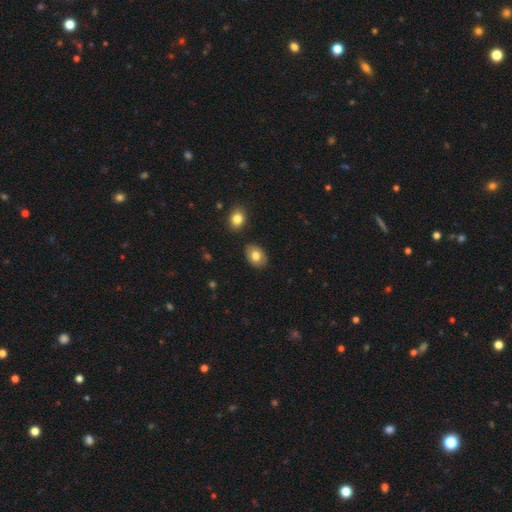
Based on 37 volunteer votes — Smooth or featured?
  - smooth: 76% *
  - featured or disk: 19%
  - star or artifact: 5%
How rounded?
  - in between: 86% *
  - round: 14%
  - cigar-shaped: 0%
Merging?
  - none: 80% *
  - minor disturbance: 11%
  - merger: 9%
  - major disturbance: 0%